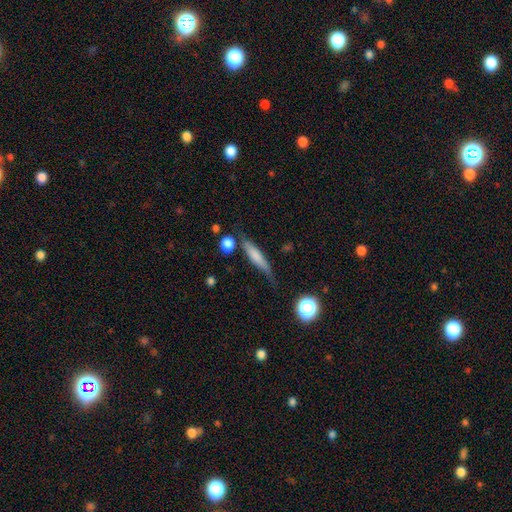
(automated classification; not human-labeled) A smooth galaxy with no disk features (64%) that is cigar-shaped (81%).

Vote fractions:
- Smooth or featured? smooth: 64% / featured or disk: 29% / star or artifact: 7%
- How rounded? cigar-shaped: 81% / in between: 16% / round: 3%
- Merging? none: 62% / minor disturbance: 24% / major disturbance: 7% / merger: 7%